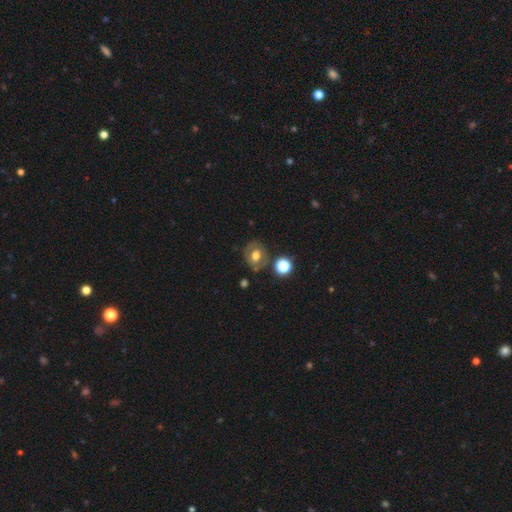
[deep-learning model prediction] A smooth galaxy with no disk features (49%).

Vote fractions:
- Smooth or featured? smooth: 49% / featured or disk: 40% / star or artifact: 11%
- Merging? none: 71% / minor disturbance: 16% / merger: 7% / major disturbance: 6%